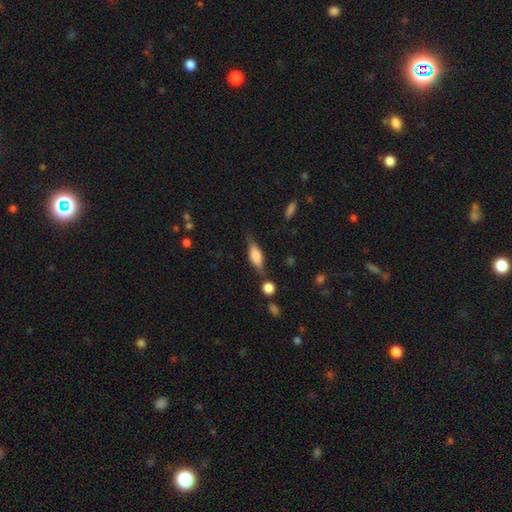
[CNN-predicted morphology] smooth 57%, featured or disk 36%, star or artifact 7%. Down the decision tree: how rounded — in between (59%); merging — none (70%).